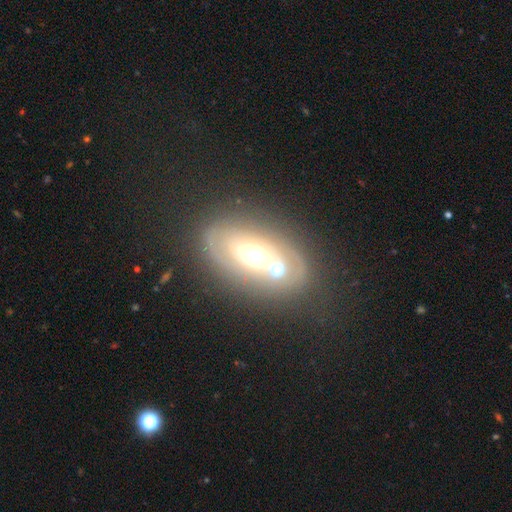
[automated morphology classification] This is possibly a featured or disk galaxy (59%). It is clearly not viewed edge-on (89%). Bar: clearly no (80%). Spiral arm pattern: likely no (60%). Central bulge: likely moderate (63%). Merging: possibly none (56%).